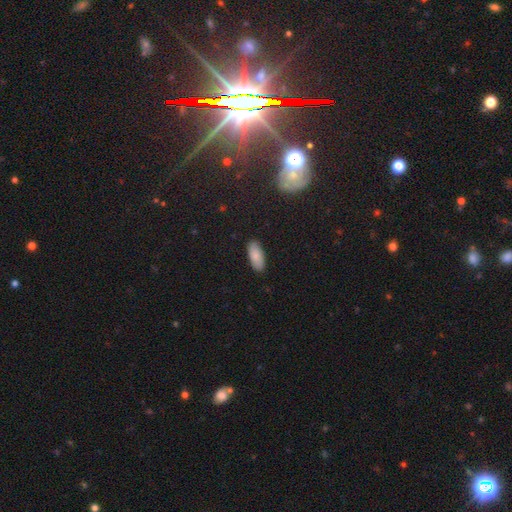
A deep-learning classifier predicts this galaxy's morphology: smooth_or_featured: smooth (p=0.83) [alt: featured or disk p=0.10]
how_rounded: in between (p=0.86) [alt: cigar-shaped p=0.12]
merging: none (p=0.87) [alt: minor disturbance p=0.10]